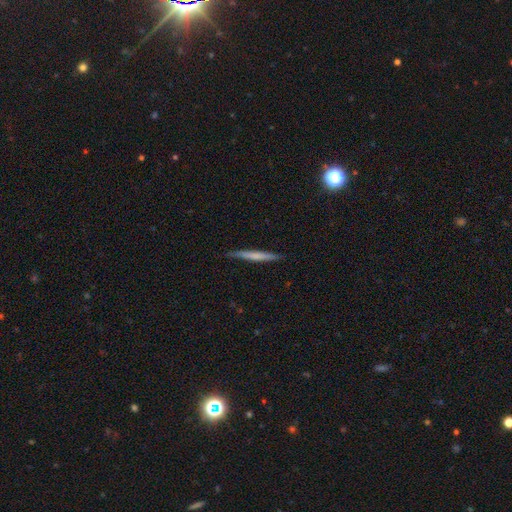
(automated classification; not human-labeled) Overall: smooth (54%; featured or disk 40%). How rounded: cigar-shaped (96%). Merging: none (85%).